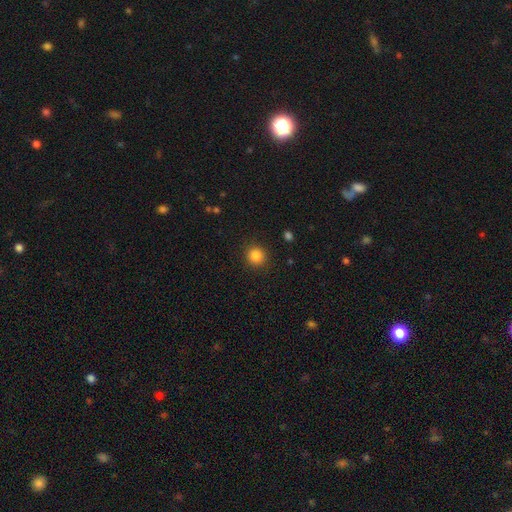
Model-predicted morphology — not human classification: A smooth galaxy with no disk features (85%) that is round (91%). Merging: none (91%).